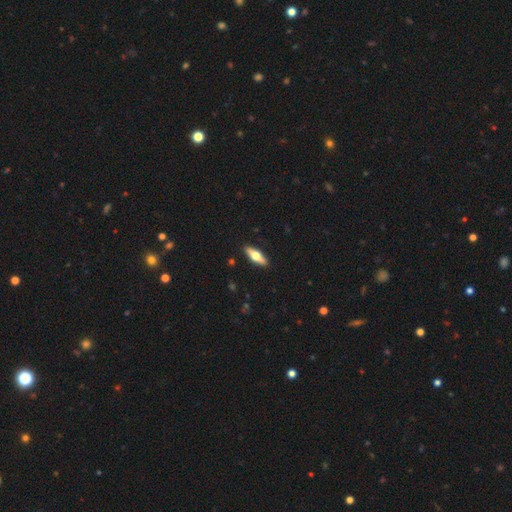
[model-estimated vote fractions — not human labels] This appears to be a featured or disk galaxy (49%). Merging: none (90%).